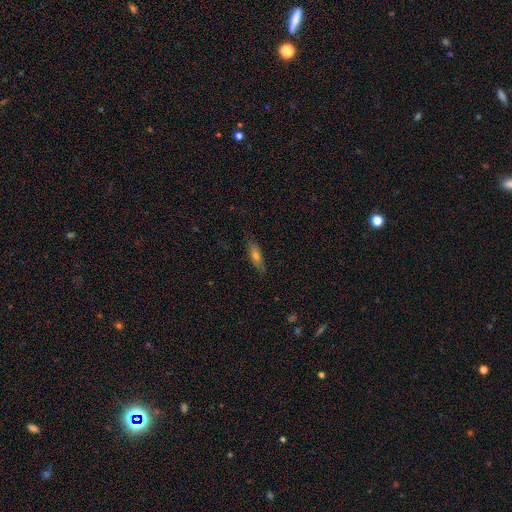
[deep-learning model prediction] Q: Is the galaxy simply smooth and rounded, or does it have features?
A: smooth — 56%.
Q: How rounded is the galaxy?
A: cigar-shaped — 49%.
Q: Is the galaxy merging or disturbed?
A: none — 82%.